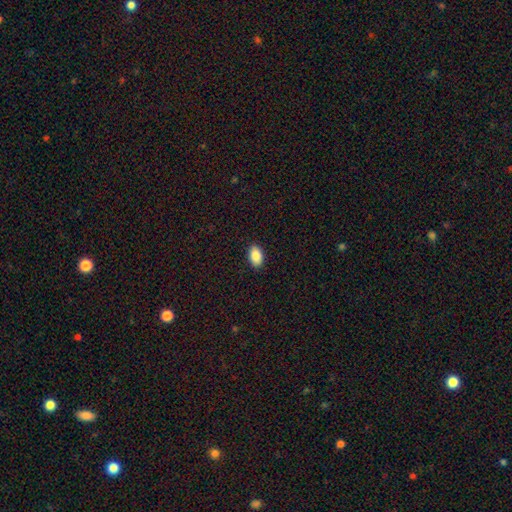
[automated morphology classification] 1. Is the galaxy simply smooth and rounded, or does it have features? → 88% smooth, 7% star or artifact, 5% featured or disk.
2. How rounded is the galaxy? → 92% in between, 7% round, 1% cigar-shaped.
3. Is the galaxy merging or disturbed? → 90% none, 7% minor disturbance, 2% major disturbance, 1% merger.